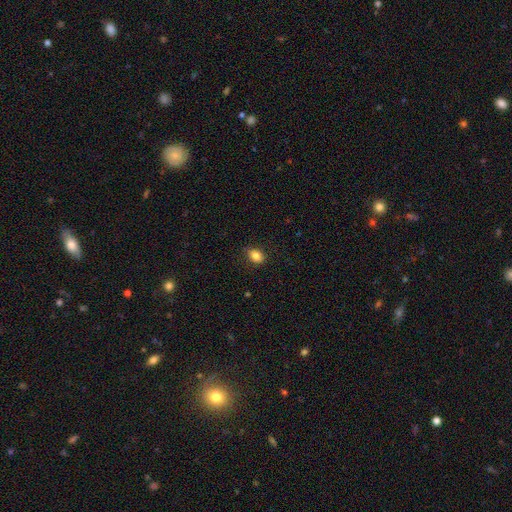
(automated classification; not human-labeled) Overall: smooth (85%). How rounded: in between (72%). Merging: none (85%).